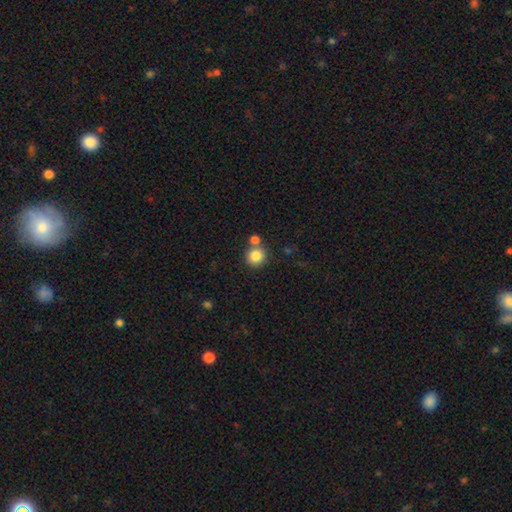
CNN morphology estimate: Q: Smooth or featured?
A: smooth (84%); runner-up: star or artifact (10%)
Q: How rounded?
A: round (92%); runner-up: in between (7%)
Q: Merging?
A: none (68%); runner-up: merger (21%)